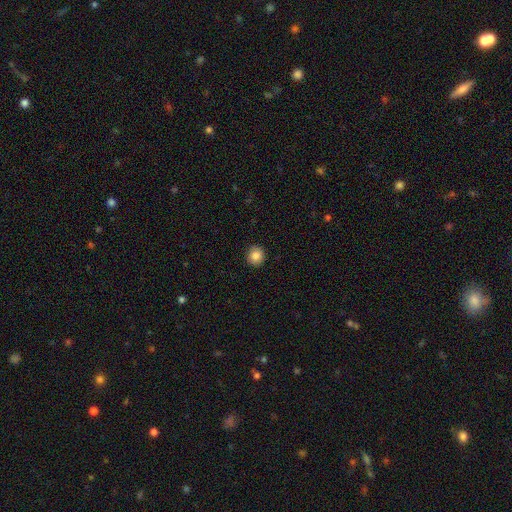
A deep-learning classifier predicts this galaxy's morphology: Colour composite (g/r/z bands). It shows a smooth galaxy with no disk features (85%) that is round (88%). Merging: none (92%).